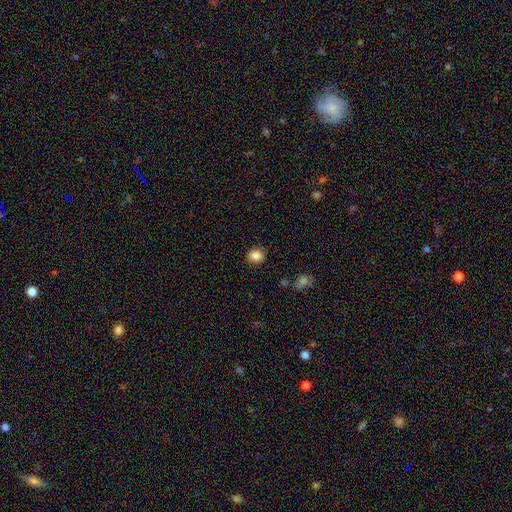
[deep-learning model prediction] A smooth galaxy with no disk features (85%) that is round (67%).

Vote fractions:
- Smooth or featured? smooth: 85% / star or artifact: 10% / featured or disk: 5%
- How rounded? round: 67% / in between: 32% / cigar-shaped: 1%
- Merging? none: 86% / minor disturbance: 10% / major disturbance: 3% / merger: 1%